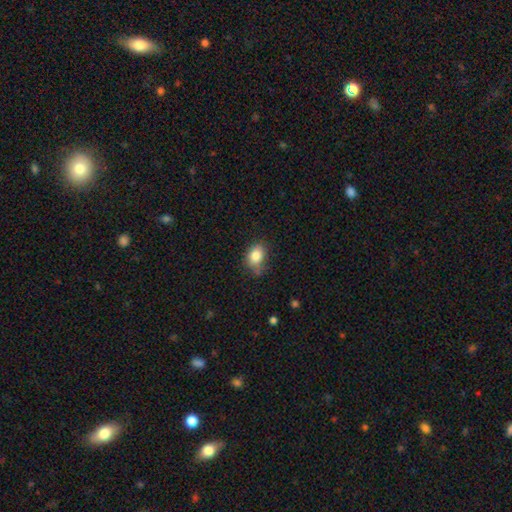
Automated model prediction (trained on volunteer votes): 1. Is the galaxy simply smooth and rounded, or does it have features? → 84% smooth, 9% star or artifact, 7% featured or disk.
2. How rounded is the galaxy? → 67% in between, 32% round, 1% cigar-shaped.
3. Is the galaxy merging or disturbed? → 58% none, 32% minor disturbance, 7% major disturbance, 3% merger.